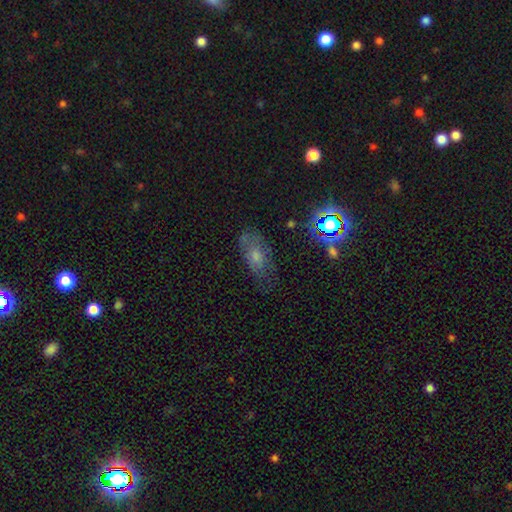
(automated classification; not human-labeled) Smooth or featured? Predicted: smooth (p=0.51). How rounded? Predicted: in between (p=0.86). Merging? Predicted: none (p=0.60).